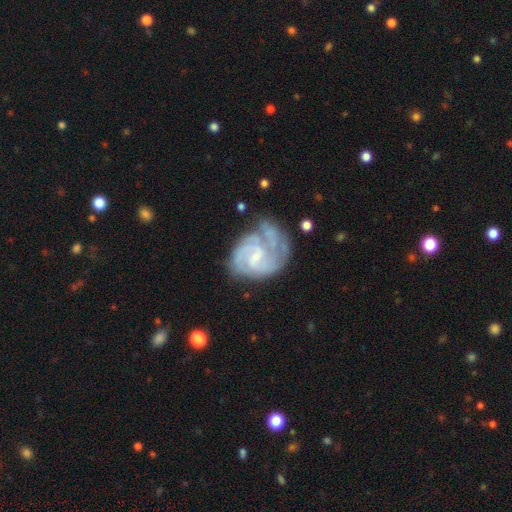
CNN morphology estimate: Q: Smooth or featured?
A: featured or disk (84%); runner-up: smooth (10%)
Q: Edge-on disk?
A: no (98%); runner-up: yes (2%)
Q: Bar?
A: weak (51%); runner-up: no (38%)
Q: Spiral arms?
A: yes (94%); runner-up: no (6%)
Q: Spiral winding?
A: tight (50%); runner-up: medium (40%)
Q: Spiral arm count?
A: 2 (34%); runner-up: 3 (27%)
Q: Bulge size?
A: small (63%); runner-up: moderate (19%)
Q: Merging?
A: none (46%); runner-up: minor disturbance (26%)